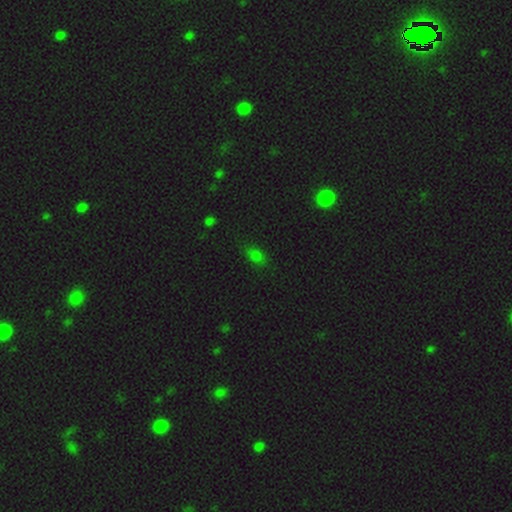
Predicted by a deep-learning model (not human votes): smooth_or_featured: smooth (p=0.73) [alt: star or artifact p=0.21]
how_rounded: in between (p=0.85) [alt: round p=0.10]
merging: none (p=0.77) [alt: minor disturbance p=0.17]